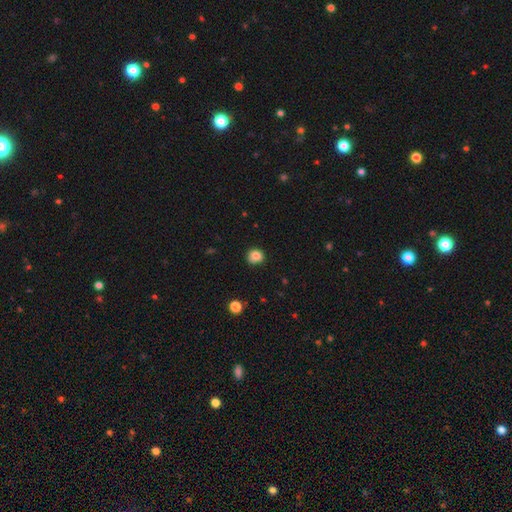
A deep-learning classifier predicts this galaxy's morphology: Smooth or featured: smooth — 83% (star or artifact — 11%)
How rounded: round — 80% (in between — 19%)
Merging: none — 73% (minor disturbance — 20%)